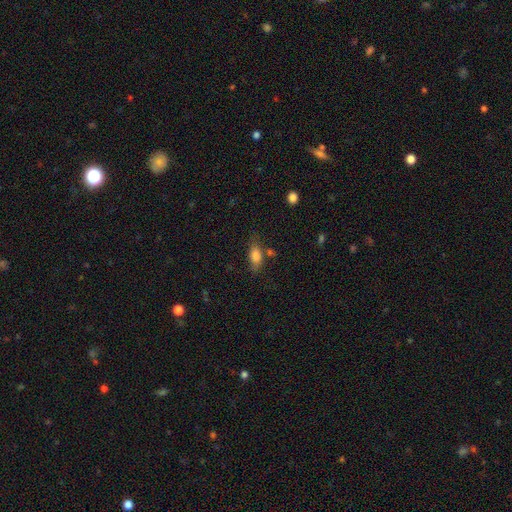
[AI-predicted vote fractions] Smooth or featured? smooth (80%)
How rounded? in between (83%)
Merging? none (65%)